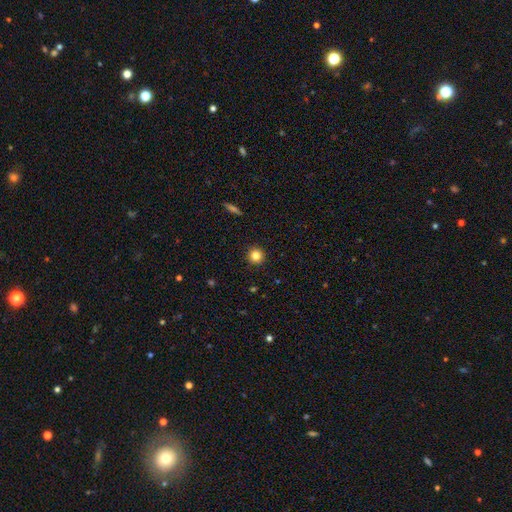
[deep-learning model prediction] Smooth or featured? Predicted: smooth (p=0.83). How rounded? Predicted: round (p=0.95). Merging? Predicted: none (p=0.93).